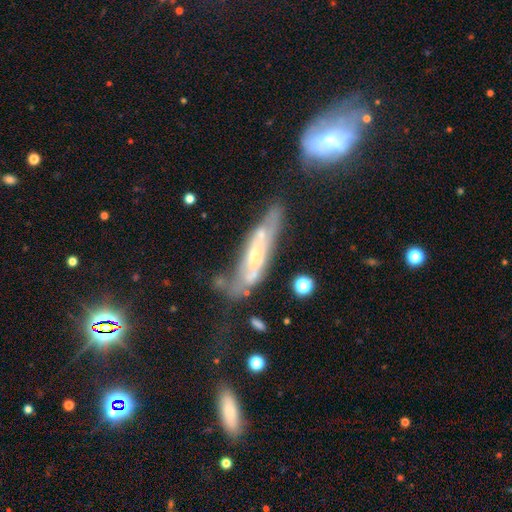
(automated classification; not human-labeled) A featured or disk galaxy (63%).

Vote fractions:
- Smooth or featured? featured or disk: 63% / smooth: 29% / star or artifact: 8%
- Edge-on disk? no: 56% / yes: 44%
- Merging? none: 36% / minor disturbance: 24% / major disturbance: 22% / merger: 18%